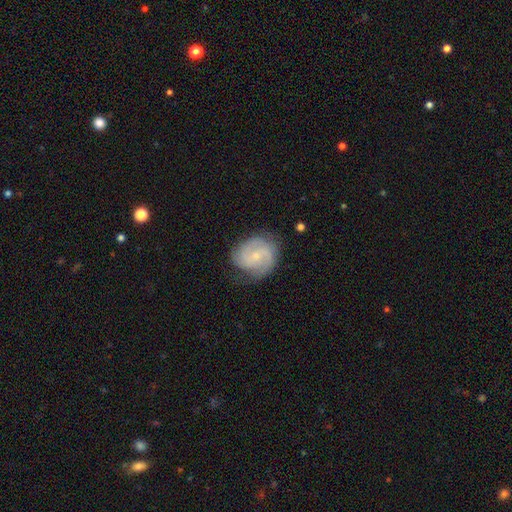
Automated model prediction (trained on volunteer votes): smooth_or_featured: featured or disk (p=0.79) [alt: smooth p=0.15]
disk_edge_on: no (p=0.98) [alt: yes p=0.02]
bar: no (p=0.58) [alt: weak p=0.36]
has_spiral_arms: yes (p=0.95) [alt: no p=0.05]
spiral_winding: tight (p=0.44) [alt: medium p=0.43]
spiral_arm_count: 2 (p=0.56) [alt: 3 p=0.16]
bulge_size: small (p=0.75) [alt: moderate p=0.20]
merging: none (p=0.69) [alt: minor disturbance p=0.21]